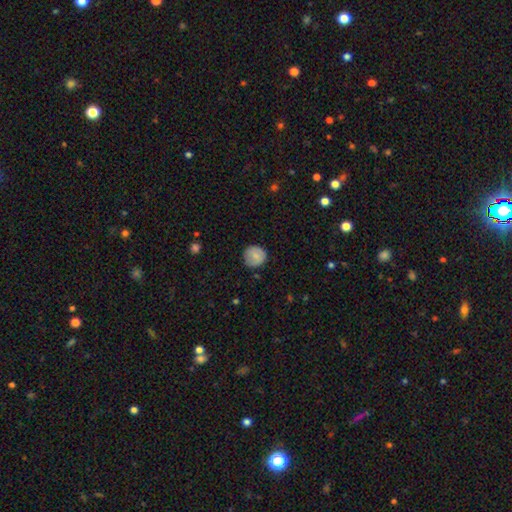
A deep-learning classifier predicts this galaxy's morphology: Smooth or featured: smooth — 78% (featured or disk — 14%)
How rounded: round — 91% (in between — 8%)
Merging: none — 79% (minor disturbance — 17%)